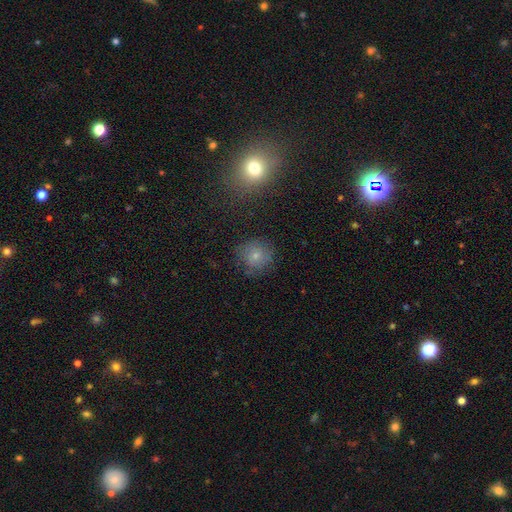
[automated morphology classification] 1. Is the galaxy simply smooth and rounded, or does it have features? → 71% smooth, 14% featured or disk, 14% star or artifact.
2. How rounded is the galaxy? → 87% round, 12% in between, 1% cigar-shaped.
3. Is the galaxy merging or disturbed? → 75% none, 16% minor disturbance, 6% major disturbance, 3% merger.